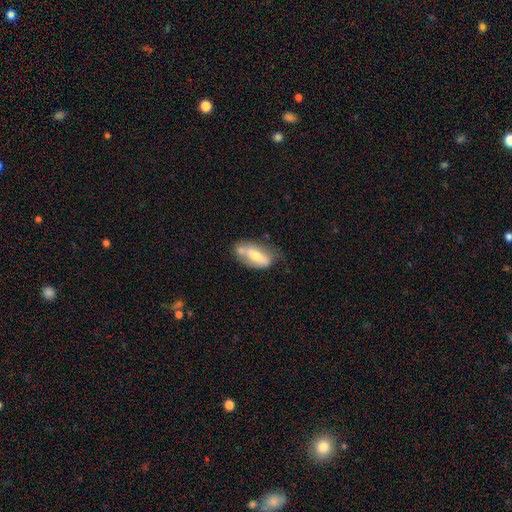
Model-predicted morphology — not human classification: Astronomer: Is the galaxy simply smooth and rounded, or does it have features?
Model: smooth — 53% (runner-up: featured or disk, 41%).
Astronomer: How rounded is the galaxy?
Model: in between — 77%.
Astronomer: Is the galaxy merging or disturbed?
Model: none — 43% (runner-up: minor disturbance, 26%).